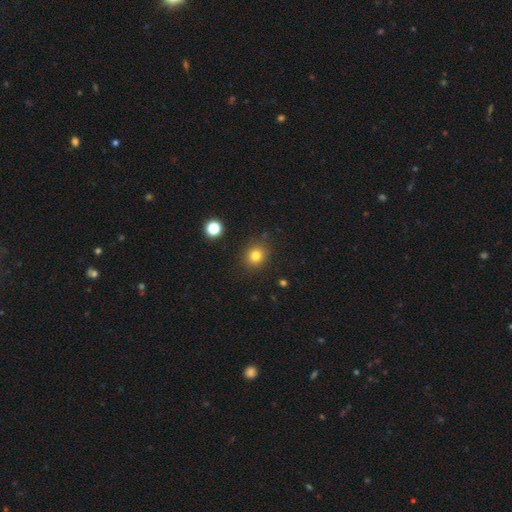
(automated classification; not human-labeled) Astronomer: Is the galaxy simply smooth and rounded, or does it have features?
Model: smooth — 79%.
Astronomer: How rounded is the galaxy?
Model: round — 77%.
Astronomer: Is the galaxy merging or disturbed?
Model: none — 87%.